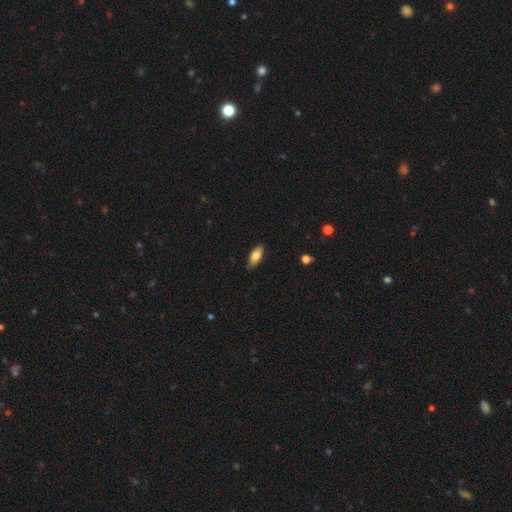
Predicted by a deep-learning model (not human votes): Smooth or featured?
  - smooth: 78% *
  - featured or disk: 16%
  - star or artifact: 6%
How rounded?
  - in between: 83% *
  - cigar-shaped: 15%
  - round: 2%
Merging?
  - none: 85% *
  - minor disturbance: 12%
  - major disturbance: 2%
  - merger: 1%